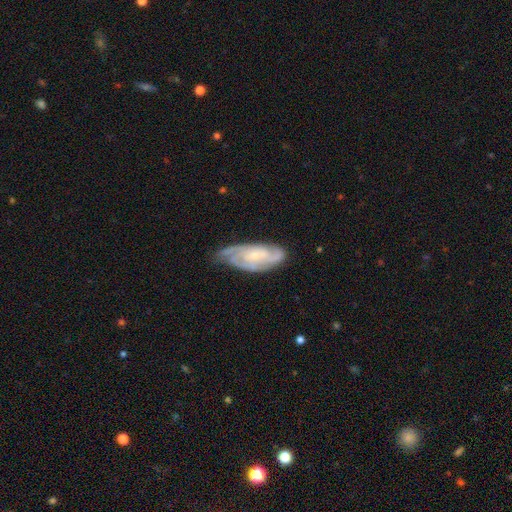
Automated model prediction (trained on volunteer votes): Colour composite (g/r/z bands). It shows a featured or disk galaxy (77%) with no bar (66%), 2 (29%) tight (54%) spiral arms (93%) and a small central bulge (69%). Merging: none (58%).